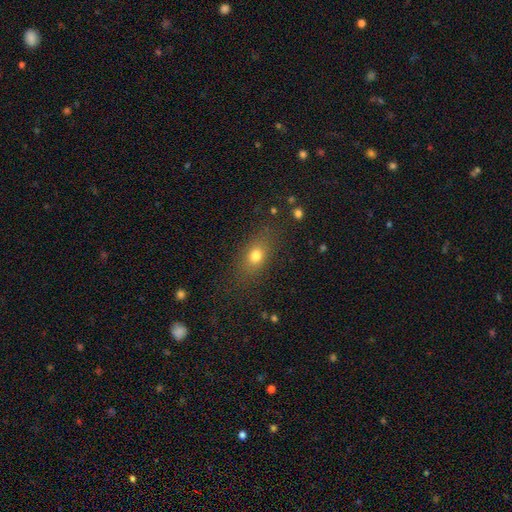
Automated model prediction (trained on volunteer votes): smooth-or-featured: smooth: 75% | star or artifact: 13% | featured or disk: 12%
  how-rounded: in between: 65% | round: 28% | cigar-shaped: 7%
  merging: none: 79% | minor disturbance: 13% | major disturbance: 6% | merger: 2%